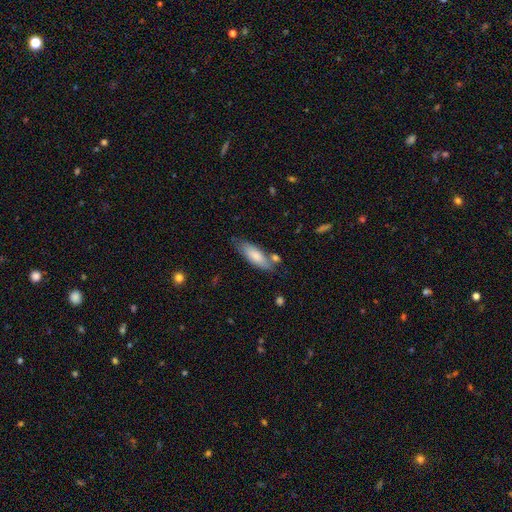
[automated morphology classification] Q: Smooth or featured?
A: smooth (78%); runner-up: featured or disk (16%)
Q: How rounded?
A: in between (61%); runner-up: cigar-shaped (37%)
Q: Merging?
A: none (64%); runner-up: minor disturbance (21%)